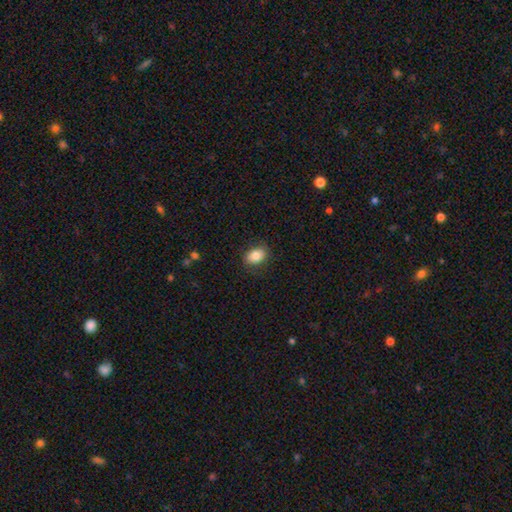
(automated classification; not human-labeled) This appears to be a smooth galaxy with no disk features (84%) that is in between round and cigar-shaped (80%). Merging: none (83%).